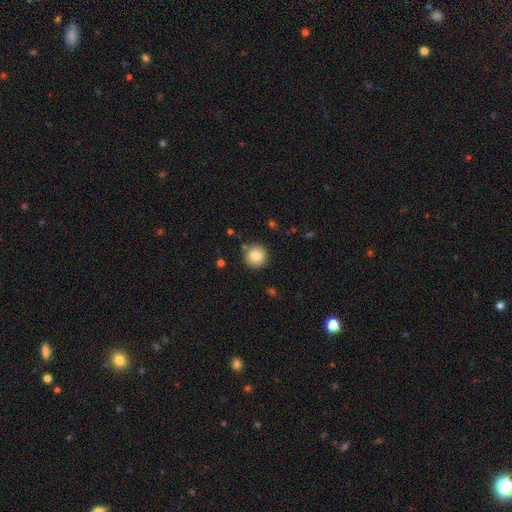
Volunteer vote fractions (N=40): Overall: smooth (82%). How rounded: round (94%). Merging: none (92%).